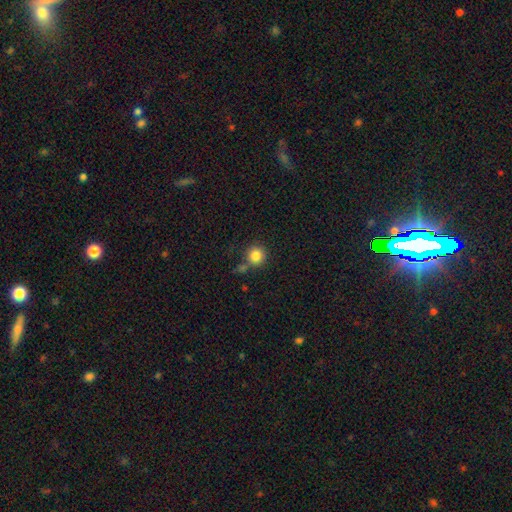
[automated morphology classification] A smooth galaxy with no disk features (84%) that is round (93%). Merging: none (70%).